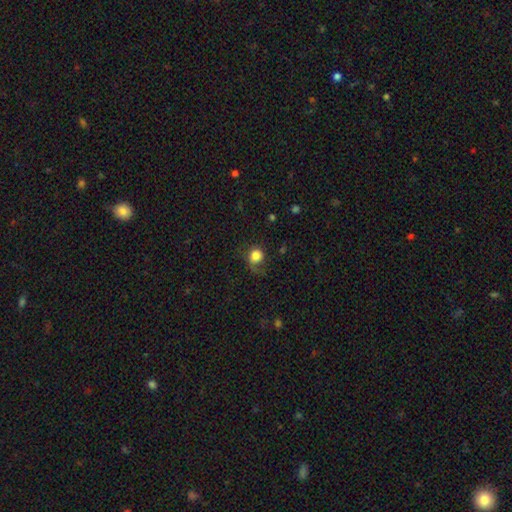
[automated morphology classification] This appears to be a smooth galaxy with no disk features (78%) that is round (77%). Merging: none (46%).